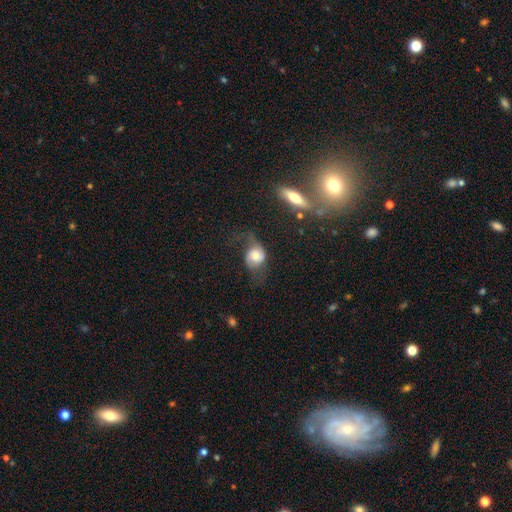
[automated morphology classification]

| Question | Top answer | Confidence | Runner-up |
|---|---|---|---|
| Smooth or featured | featured or disk | 50% | smooth (42%) |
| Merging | none | 40% | major disturbance (30%) |